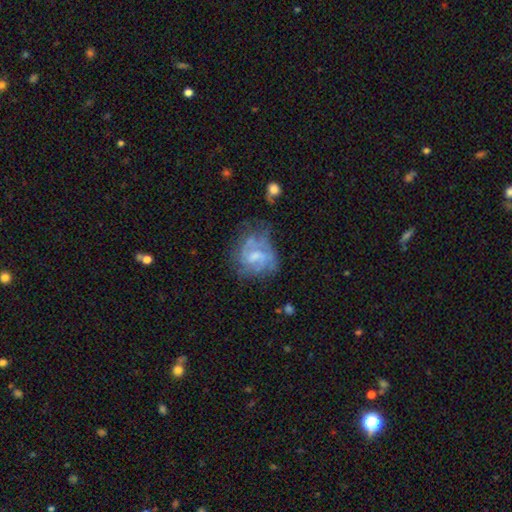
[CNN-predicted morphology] Smooth or featured: featured or disk — 67% (smooth — 24%)
Edge-on disk: no — 98% (yes — 2%)
Bar: weak — 50% (no — 38%)
Spiral arms: yes — 71% (no — 29%)
Bulge size: moderate — 34% (small — 33%)
Merging: none — 42% (major disturbance — 26%)